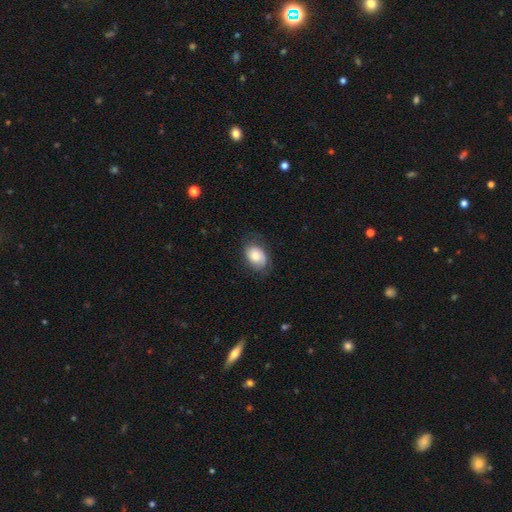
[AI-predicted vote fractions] smooth-or-featured: smooth: 72% | featured or disk: 21% | star or artifact: 8%
  how-rounded: in between: 75% | round: 24% | cigar-shaped: 1%
  merging: none: 69% | minor disturbance: 23% | major disturbance: 8% | merger: 1%